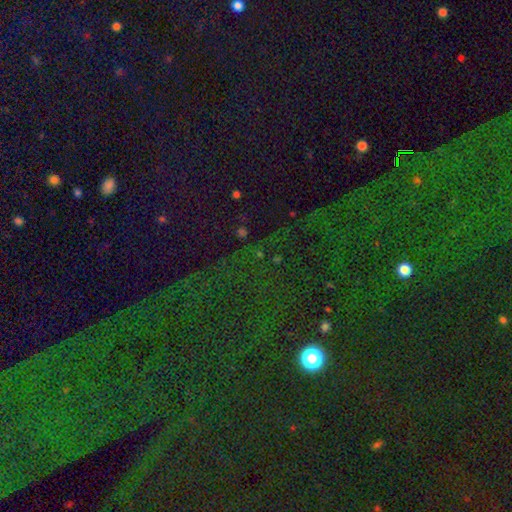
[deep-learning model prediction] Morphology: type=star or artifact (83%).